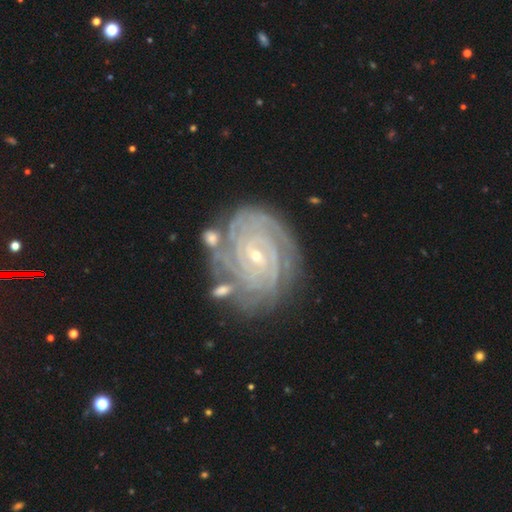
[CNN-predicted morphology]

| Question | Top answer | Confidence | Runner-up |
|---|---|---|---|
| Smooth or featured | featured or disk | 91% | star or artifact (5%) |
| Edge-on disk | no | 98% | yes (2%) |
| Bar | no | 53% | weak (34%) |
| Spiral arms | yes | 98% | no (2%) |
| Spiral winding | tight | 87% | medium (11%) |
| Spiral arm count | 4 | 22% | can't tell (21%) |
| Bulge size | small | 79% | moderate (19%) |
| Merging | none | 71% | minor disturbance (17%) |